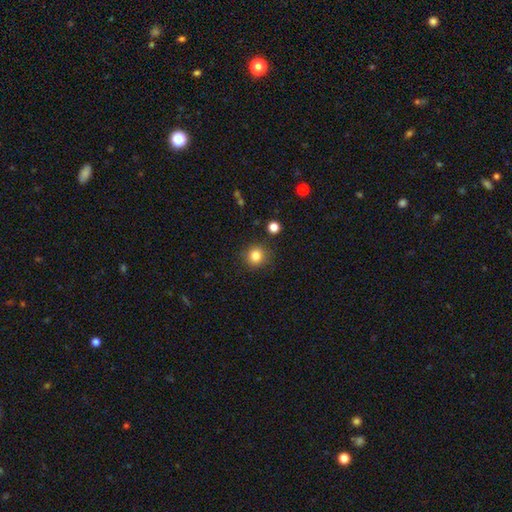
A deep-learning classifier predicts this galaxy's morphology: smooth_or_featured: smooth (p=0.83) [alt: star or artifact p=0.11]
how_rounded: round (p=0.90) [alt: in between p=0.09]
merging: none (p=0.87) [alt: minor disturbance p=0.08]